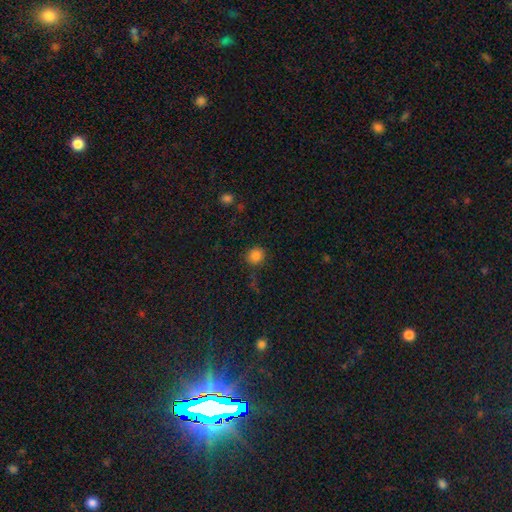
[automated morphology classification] smooth 83%, star or artifact 12%, featured or disk 5%. Down the decision tree: how rounded — round (88%); merging — none (82%).